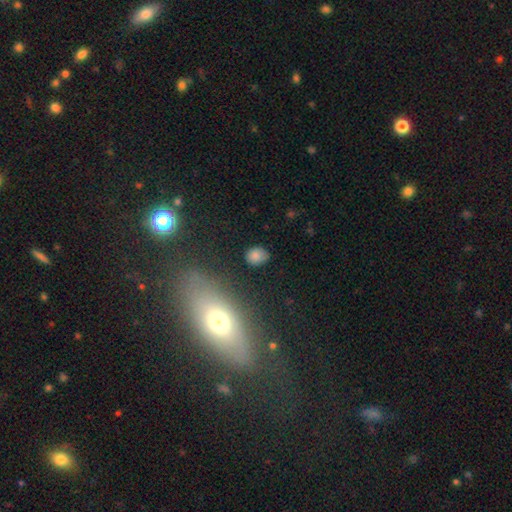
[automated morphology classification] smooth_or_featured: smooth (p=0.81) [alt: star or artifact p=0.13]
how_rounded: round (p=0.57) [alt: in between p=0.42]
merging: none (p=0.80) [alt: minor disturbance p=0.15]